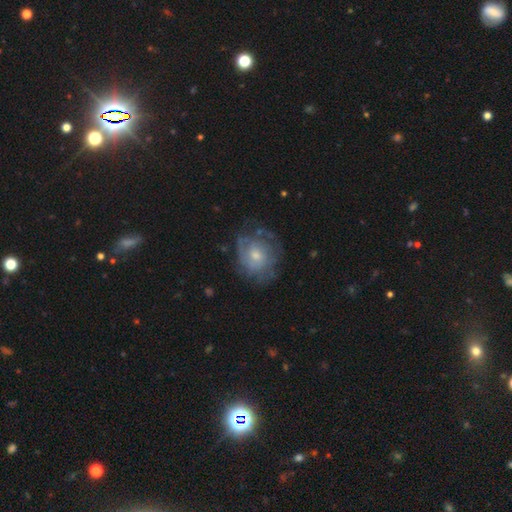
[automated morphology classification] Smooth or featured?
  - featured or disk: 53% *
  - smooth: 40%
  - star or artifact: 8%
Edge-on disk?
  - no: 97% *
  - yes: 3%
Bar?
  - no: 79% *
  - weak: 19%
  - strong: 3%
Spiral arms?
  - yes: 59% *
  - no: 41%
Bulge size?
  - moderate: 48% *
  - small: 45%
  - large: 3%
  - none: 2%
  - dominant: 1%
Merging?
  - none: 57% *
  - minor disturbance: 25%
  - major disturbance: 16%
  - merger: 2%